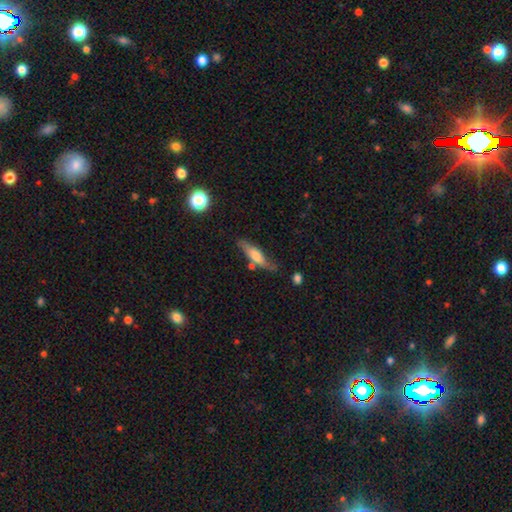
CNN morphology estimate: Smooth or featured: smooth — 53% (featured or disk — 40%)
How rounded: cigar-shaped — 70% (in between — 28%)
Merging: none — 67% (minor disturbance — 21%)